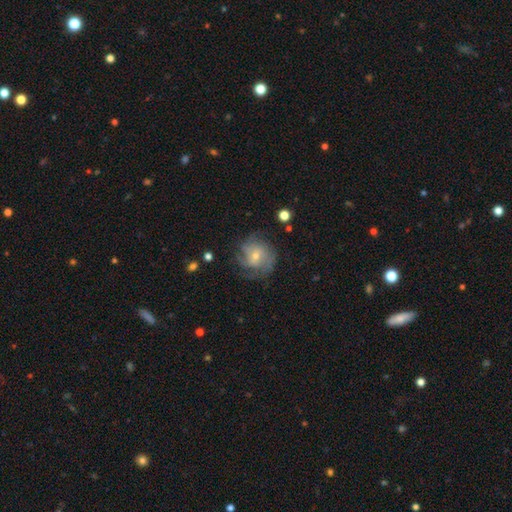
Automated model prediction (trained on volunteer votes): featured or disk 68%, smooth 24%, star or artifact 8%. Down the decision tree: edge-on disk — no (98%); bar — no (68%); spiral arms — yes (87%); spiral arm count — can't tell (39%); spiral winding — tight (44%); bulge size — small (56%); merging — none (64%).